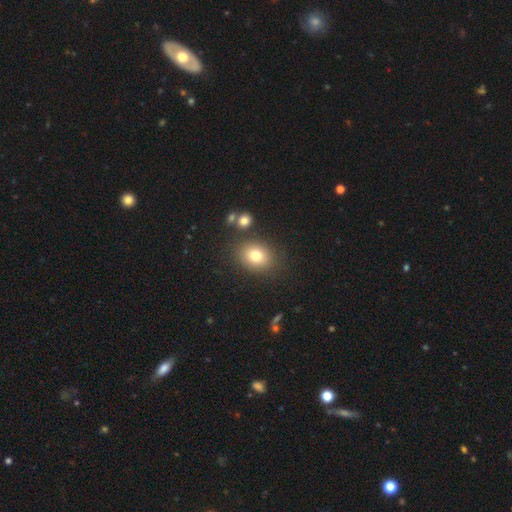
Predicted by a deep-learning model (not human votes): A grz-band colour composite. It shows a smooth galaxy with no disk features (78%) that is in between round and cigar-shaped (51%). Merging: none (82%).